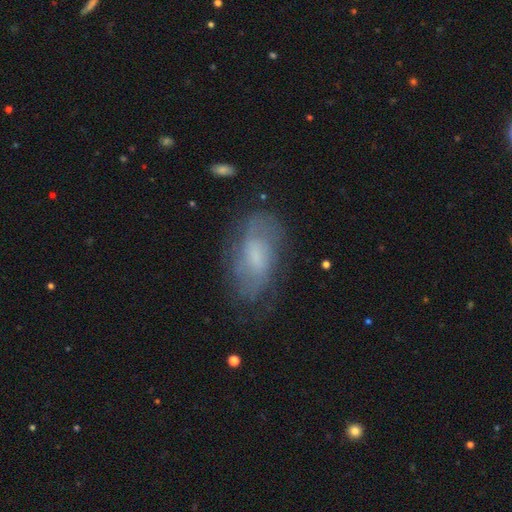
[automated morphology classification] featured or disk 57%, smooth 35%, star or artifact 8%. Down the decision tree: edge-on disk — no (93%); bar — no (46%); spiral arms — yes (75%); bulge size — small (35%); merging — none (65%).